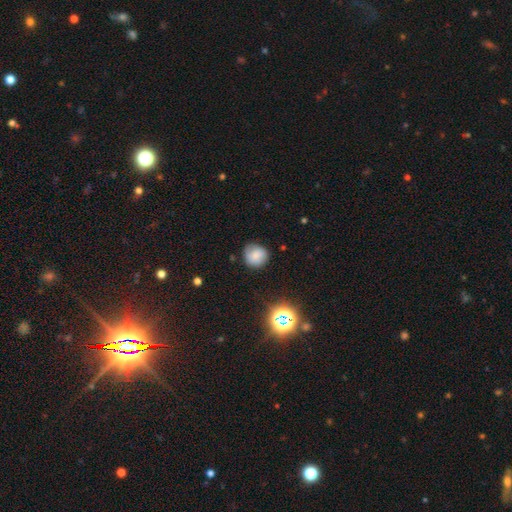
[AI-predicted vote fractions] Smooth or featured? smooth (75%)
How rounded? round (87%)
Merging? none (75%)